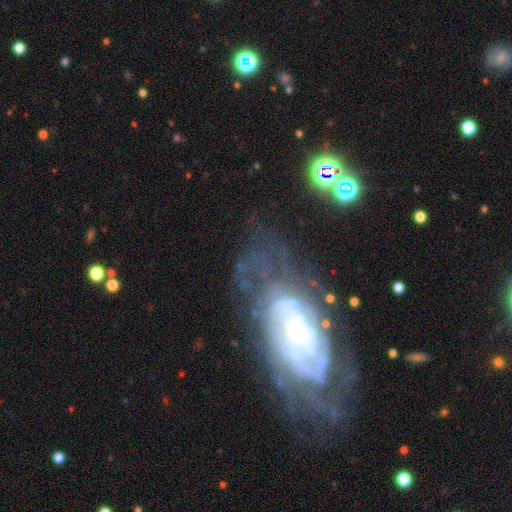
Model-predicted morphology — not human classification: smooth_or_featured: featured or disk (p=0.80) [alt: smooth p=0.11]
disk_edge_on: no (p=0.92) [alt: yes p=0.08]
bar: no (p=0.63) [alt: weak p=0.26]
has_spiral_arms: yes (p=0.92) [alt: no p=0.08]
spiral_winding: tight (p=0.74) [alt: medium p=0.21]
spiral_arm_count: can't tell (p=0.49) [alt: 2 p=0.19]
bulge_size: small (p=0.64) [alt: moderate p=0.24]
merging: none (p=0.67) [alt: minor disturbance p=0.19]